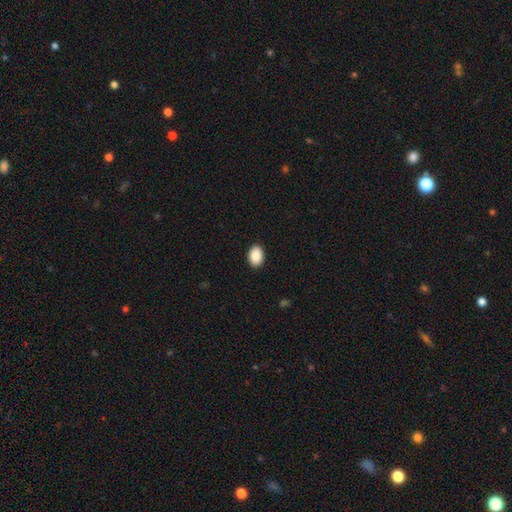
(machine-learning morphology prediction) Overall: smooth (91%). How rounded: in between (85%). Merging: none (90%).